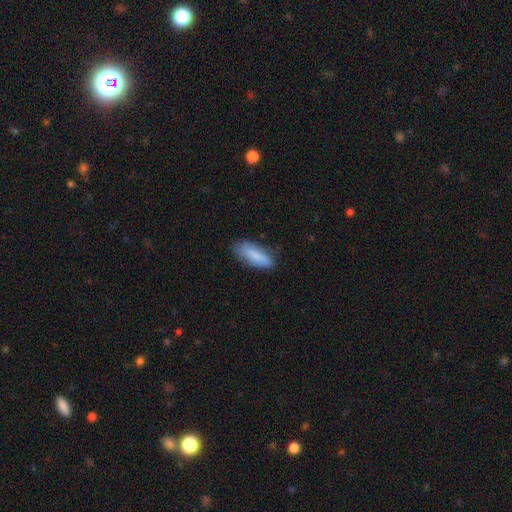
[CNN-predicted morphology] Q: Smooth or featured?
A: smooth (84%); runner-up: featured or disk (9%)
Q: How rounded?
A: in between (61%); runner-up: cigar-shaped (37%)
Q: Merging?
A: none (71%); runner-up: minor disturbance (22%)